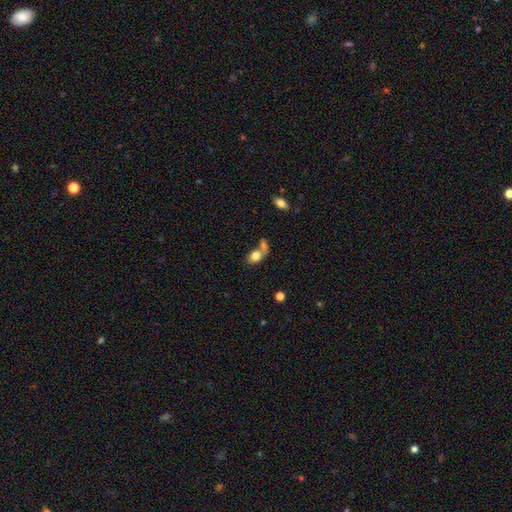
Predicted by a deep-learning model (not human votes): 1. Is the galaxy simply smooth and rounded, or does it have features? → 75% smooth, 16% featured or disk, 9% star or artifact.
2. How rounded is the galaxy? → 69% in between, 28% round, 3% cigar-shaped.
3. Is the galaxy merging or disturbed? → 52% merger, 25% none, 12% major disturbance, 11% minor disturbance.